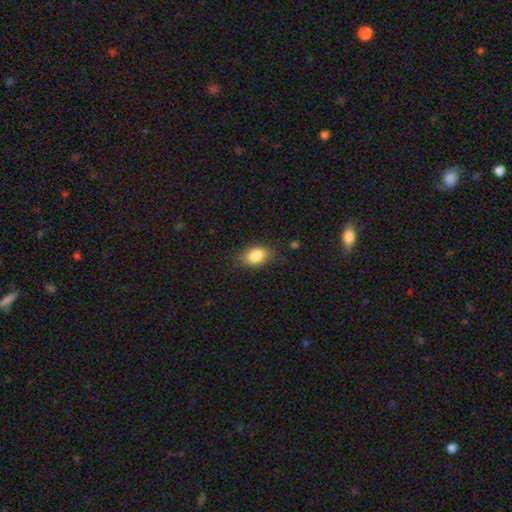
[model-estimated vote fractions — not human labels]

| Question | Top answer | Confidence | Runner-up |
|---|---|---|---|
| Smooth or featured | smooth | 84% | star or artifact (8%) |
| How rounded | in between | 84% | round (13%) |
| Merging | none | 79% | minor disturbance (16%) |